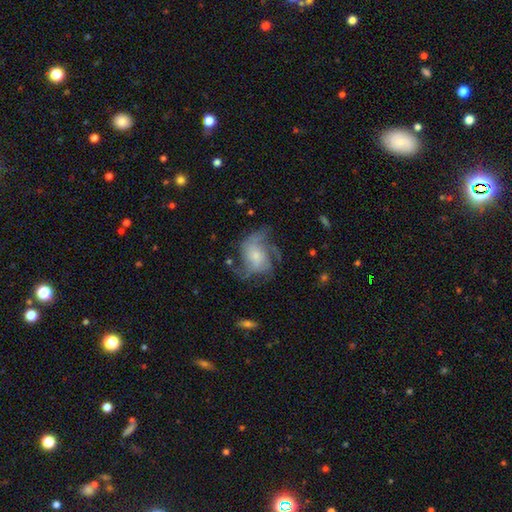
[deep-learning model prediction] Smooth or featured?
  - featured or disk: 73% *
  - smooth: 19%
  - star or artifact: 8%
Edge-on disk?
  - no: 97% *
  - yes: 3%
Bar?
  - no: 67% *
  - weak: 28%
  - strong: 5%
Spiral arms?
  - yes: 88% *
  - no: 12%
Spiral winding?
  - medium: 45% *
  - loose: 36%
  - tight: 19%
Spiral arm count?
  - 2: 31% *
  - 3: 27%
  - can't tell: 22%
  - 4: 9%
  - 1: 6%
  - more than 4: 5%
Bulge size?
  - small: 56% *
  - moderate: 27%
  - none: 9%
  - large: 6%
  - dominant: 2%
Merging?
  - none: 47% *
  - major disturbance: 29%
  - minor disturbance: 22%
  - merger: 2%